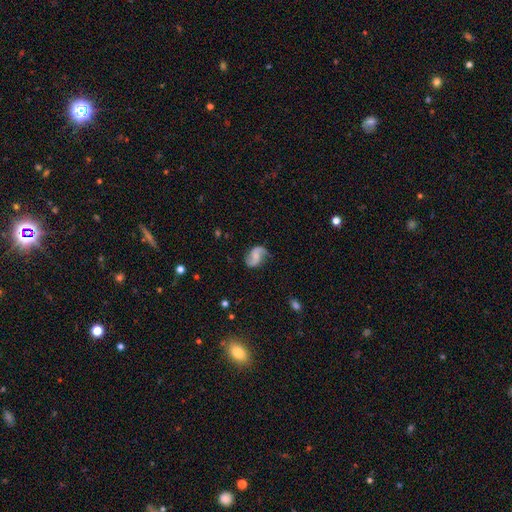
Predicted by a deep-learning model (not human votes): A featured or disk galaxy (83%) with no bar (47%), 2 (92%) loose (62%) spiral arms (96%) and no central bulge (46%).

Vote fractions:
- Smooth or featured? featured or disk: 83% / smooth: 11% / star or artifact: 6%
- Edge-on disk? no: 98% / yes: 2%
- Bar? no: 47% / weak: 40% / strong: 13%
- Spiral arms? yes: 96% / no: 4%
- Spiral winding? loose: 62% / medium: 30% / tight: 8%
- Spiral arm count? 2: 92% / 1: 3% / can't tell: 2% / 3: 1% / 4: 1% / more than 4: 1%
- Bulge size? none: 46% / small: 31% / moderate: 18% / large: 3% / dominant: 1%
- Merging? none: 78% / minor disturbance: 15% / major disturbance: 5% / merger: 2%